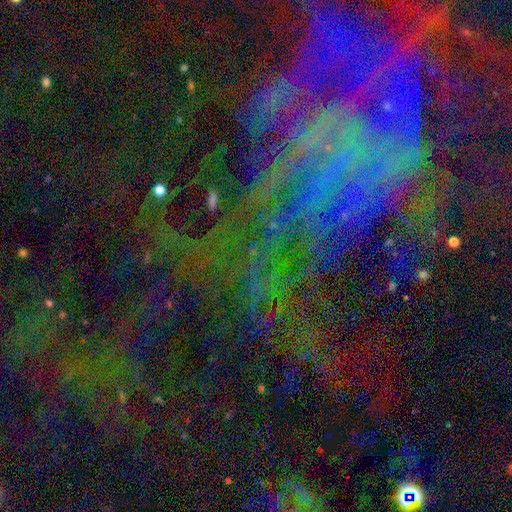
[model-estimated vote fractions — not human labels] A star or artifact, not a galaxy (57%).

Vote fractions:
- Smooth or featured? star or artifact: 57% / featured or disk: 31% / smooth: 12%